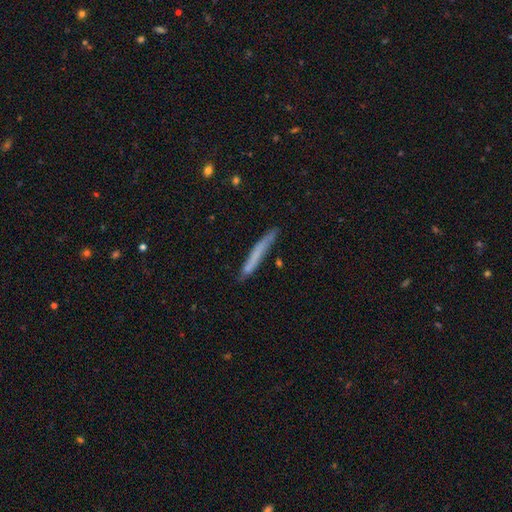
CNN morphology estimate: smooth 63%, featured or disk 30%, star or artifact 7%. Down the decision tree: how rounded — cigar-shaped (96%); merging — none (81%).